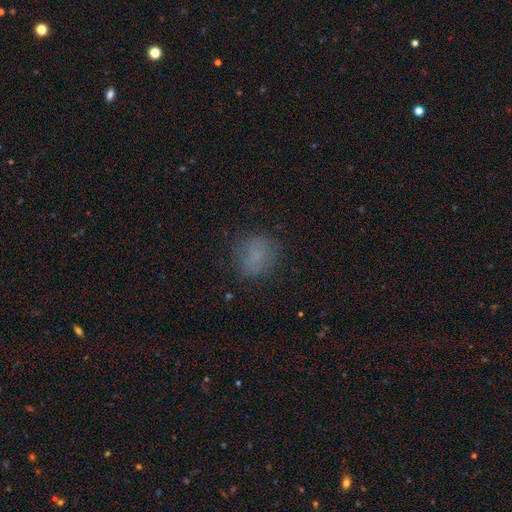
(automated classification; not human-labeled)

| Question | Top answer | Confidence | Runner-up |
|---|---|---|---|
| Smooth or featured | smooth | 70% | star or artifact (16%) |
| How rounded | round | 72% | in between (27%) |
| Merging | none | 74% | minor disturbance (17%) |